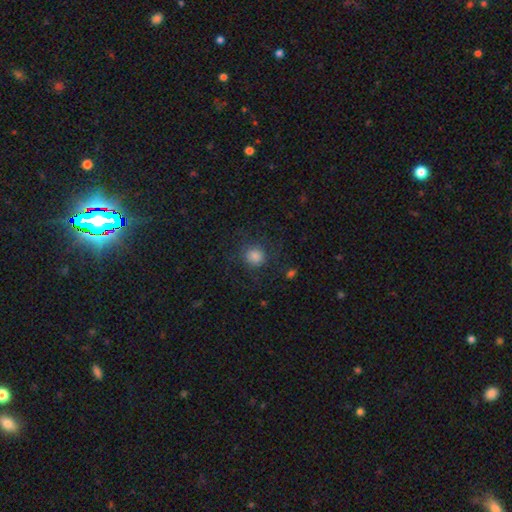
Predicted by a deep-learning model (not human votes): Q: Smooth or featured?
A: smooth (80%); runner-up: star or artifact (11%)
Q: How rounded?
A: round (91%); runner-up: in between (8%)
Q: Merging?
A: none (77%); runner-up: minor disturbance (13%)